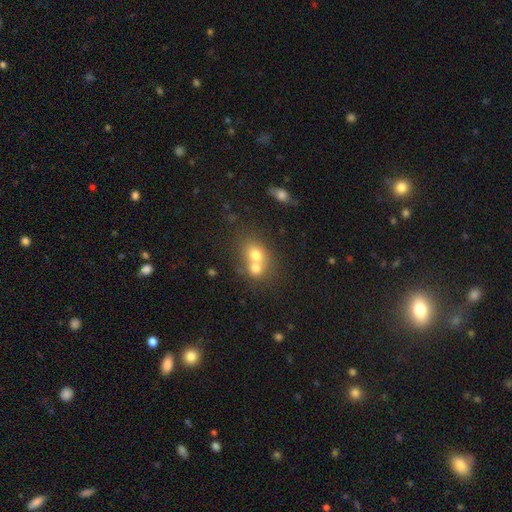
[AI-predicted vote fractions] This appears to be a smooth galaxy with no disk features (68%) that is round (60%). Merging: merger (66%).